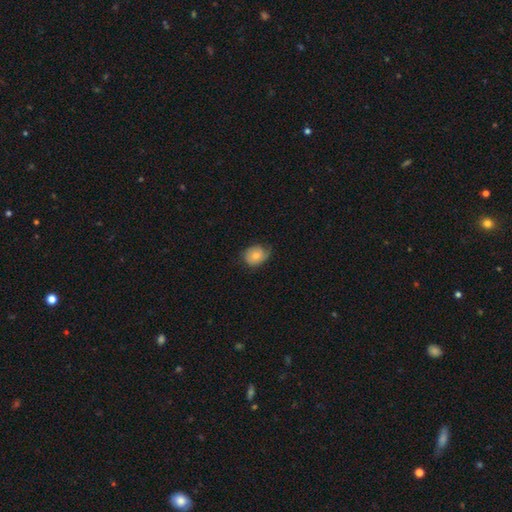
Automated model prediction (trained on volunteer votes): Morphology: type=smooth (67%); roundness=round (55%); merging=none (58%).